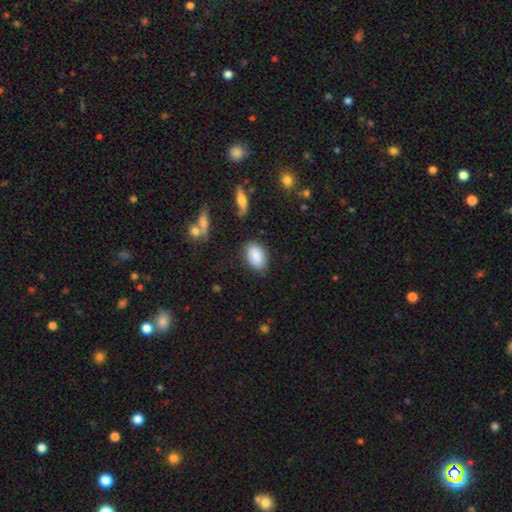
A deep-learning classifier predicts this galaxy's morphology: Q: Smooth or featured?
A: smooth (86%); runner-up: star or artifact (7%)
Q: How rounded?
A: in between (90%); runner-up: round (8%)
Q: Merging?
A: none (79%); runner-up: minor disturbance (15%)